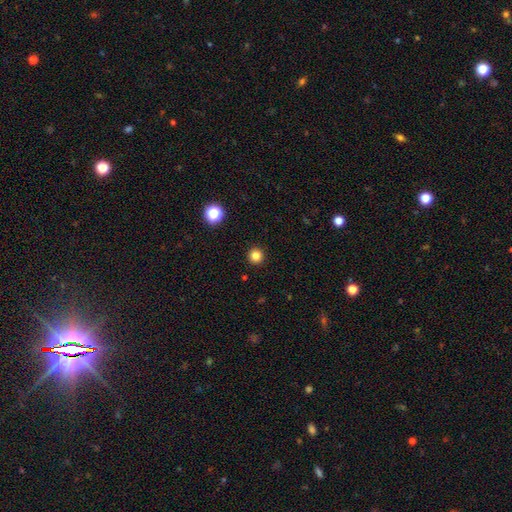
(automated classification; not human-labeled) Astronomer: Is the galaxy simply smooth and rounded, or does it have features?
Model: smooth — 82%.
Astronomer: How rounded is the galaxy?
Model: round — 96%.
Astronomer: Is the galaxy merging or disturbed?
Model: none — 93%.